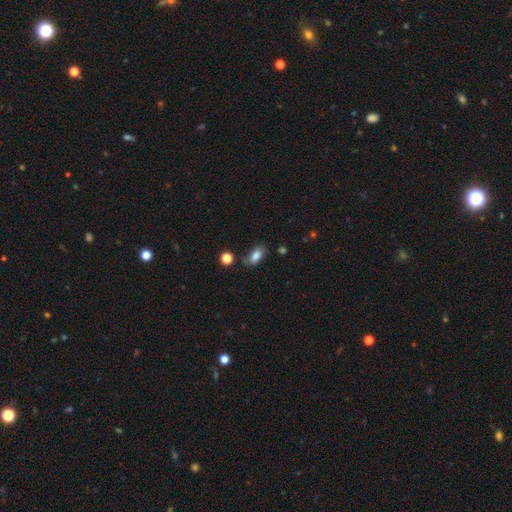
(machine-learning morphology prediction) smooth-or-featured: smooth: 81% | featured or disk: 10% | star or artifact: 9%
  how-rounded: in between: 88% | round: 6% | cigar-shaped: 5%
  merging: none: 70% | minor disturbance: 20% | major disturbance: 6% | merger: 5%